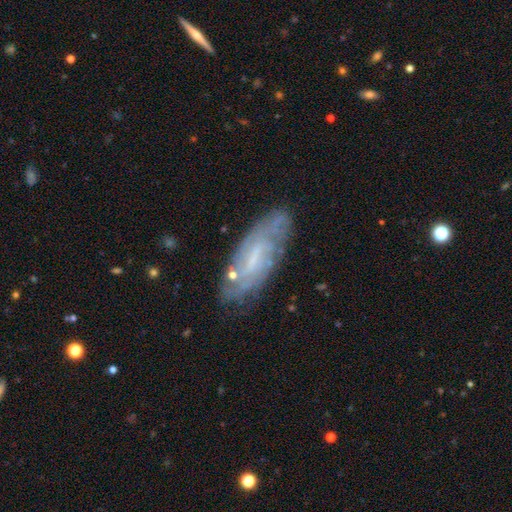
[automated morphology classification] The model was most divided on "bar": weak: 48%, no: 36%, strong: 16%. Remaining: edge-on disk — no (84%); spiral arms — yes (83%); merging — none (77%); smooth or featured — featured or disk (70%); bulge size — small (47%).